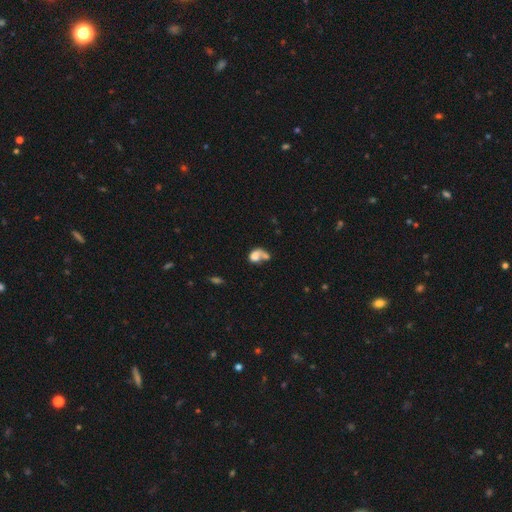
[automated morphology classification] smooth-or-featured: smooth: 59% | featured or disk: 29% | star or artifact: 11%
  how-rounded: in between: 66% | round: 32% | cigar-shaped: 2%
  merging: merger: 51% | none: 20% | major disturbance: 19% | minor disturbance: 11%